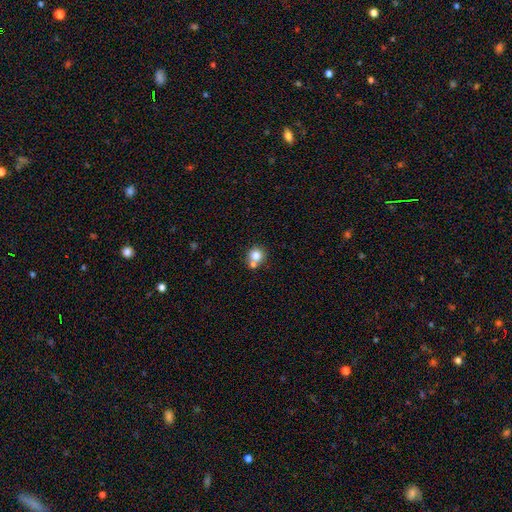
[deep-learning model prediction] Smooth or featured?
  - smooth: 80% *
  - star or artifact: 11%
  - featured or disk: 9%
How rounded?
  - round: 89% *
  - in between: 10%
  - cigar-shaped: 1%
Merging?
  - none: 57% *
  - merger: 31%
  - minor disturbance: 8%
  - major disturbance: 3%